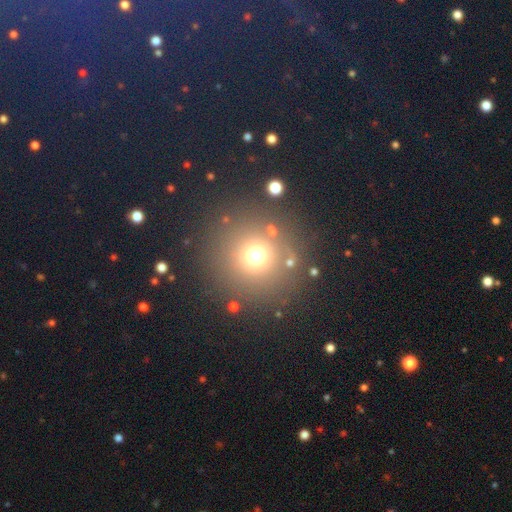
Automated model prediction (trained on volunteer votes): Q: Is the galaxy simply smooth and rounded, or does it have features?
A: smooth — 66%.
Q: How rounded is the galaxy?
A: round — 93%.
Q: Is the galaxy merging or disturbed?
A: none — 79%.